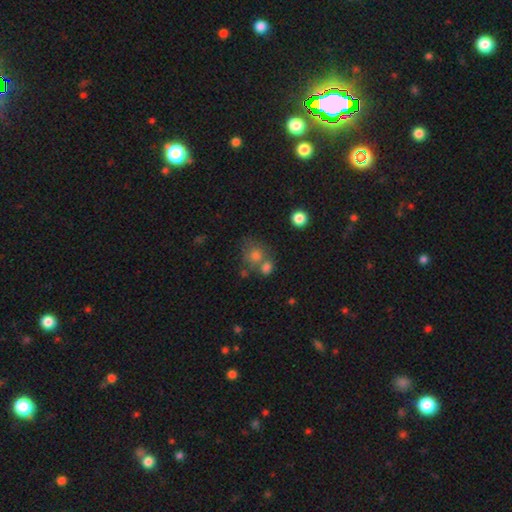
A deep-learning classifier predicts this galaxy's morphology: Smooth or featured?
  - smooth: 70% *
  - star or artifact: 16%
  - featured or disk: 15%
How rounded?
  - round: 73% *
  - in between: 26%
  - cigar-shaped: 1%
Merging?
  - none: 43% *
  - merger: 37%
  - minor disturbance: 12%
  - major disturbance: 7%